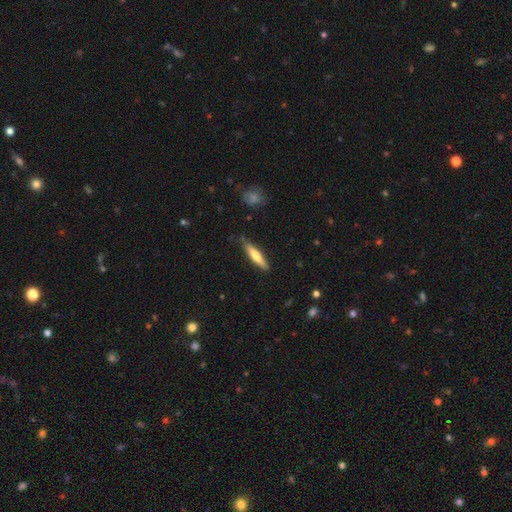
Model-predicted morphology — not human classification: smooth_or_featured: smooth (p=0.59) [alt: featured or disk p=0.35]
how_rounded: cigar-shaped (p=0.84) [alt: in between p=0.15]
merging: none (p=0.84) [alt: minor disturbance p=0.13]